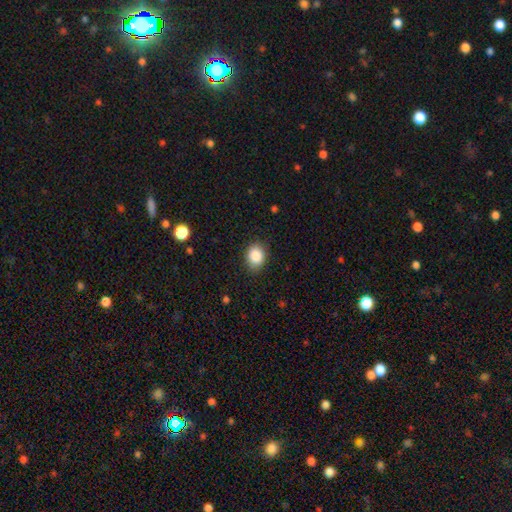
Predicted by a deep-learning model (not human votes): Smooth or featured: smooth — 87% (star or artifact — 9%)
How rounded: in between — 56% (round — 43%)
Merging: none — 83% (minor disturbance — 13%)